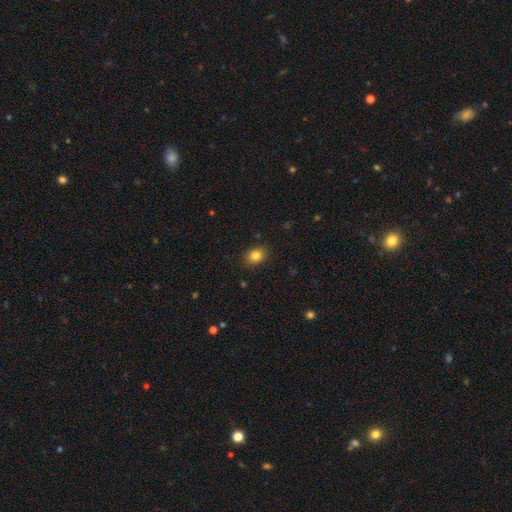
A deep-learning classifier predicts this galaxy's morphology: Smooth or featured?
  - smooth: 84% *
  - star or artifact: 10%
  - featured or disk: 6%
How rounded?
  - in between: 60% *
  - round: 39%
  - cigar-shaped: 1%
Merging?
  - none: 87% *
  - minor disturbance: 10%
  - major disturbance: 2%
  - merger: 1%